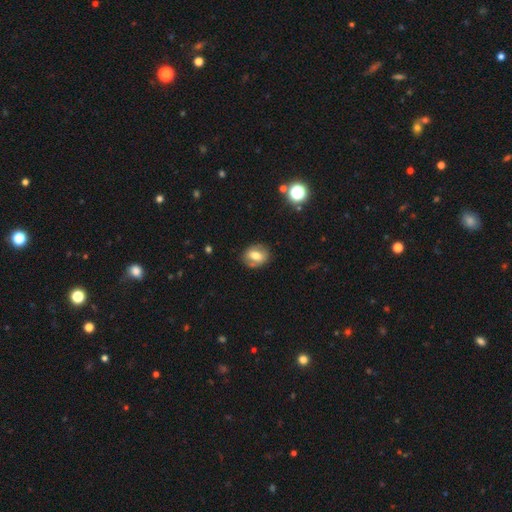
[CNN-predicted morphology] Smooth or featured? smooth (58%)
How rounded? in between (50%)
Merging? none (81%)